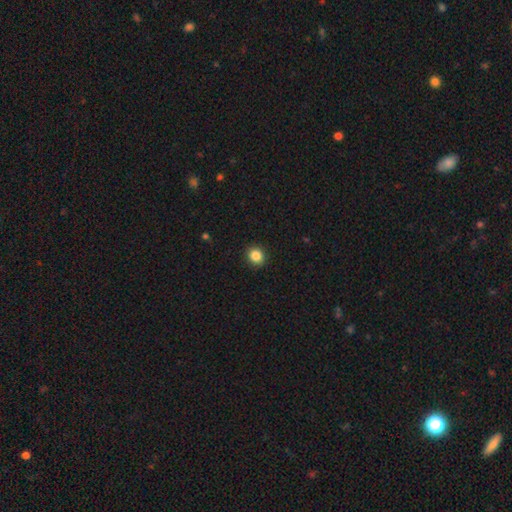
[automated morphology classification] Smooth or featured? smooth (86%)
How rounded? round (85%)
Merging? none (91%)